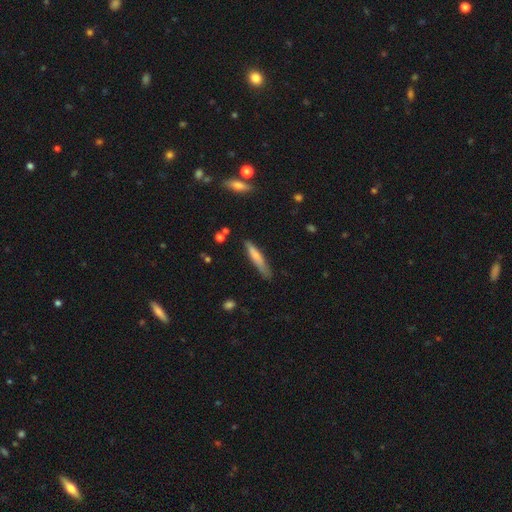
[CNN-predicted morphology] Smooth or featured: smooth — 69% (featured or disk — 25%)
How rounded: cigar-shaped — 88% (in between — 11%)
Merging: none — 71% (minor disturbance — 22%)